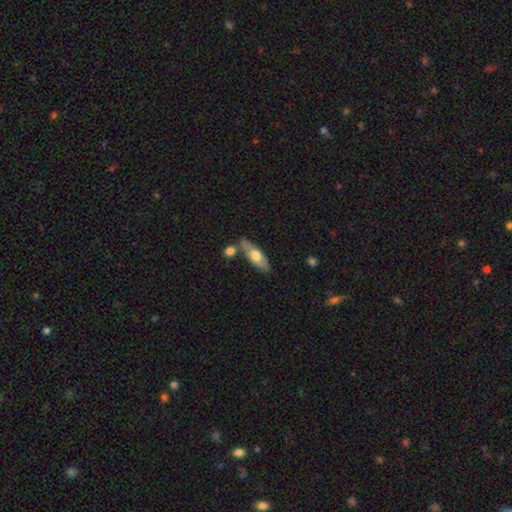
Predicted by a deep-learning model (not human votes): Morphology: type=smooth (54%); roundness=in between (61%); merging=none (68%).